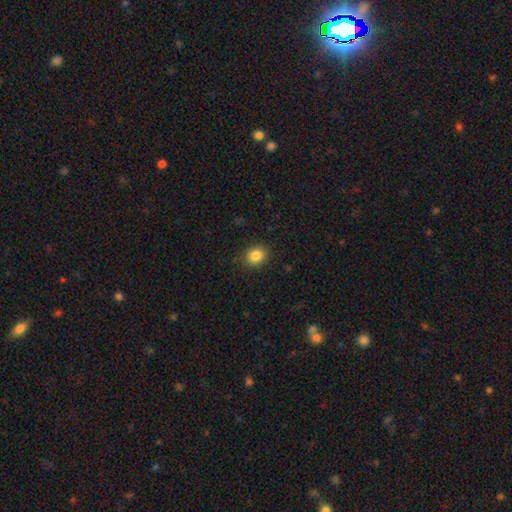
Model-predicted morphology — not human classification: type=smooth (85%); roundness=round (66%); merging=none (88%).